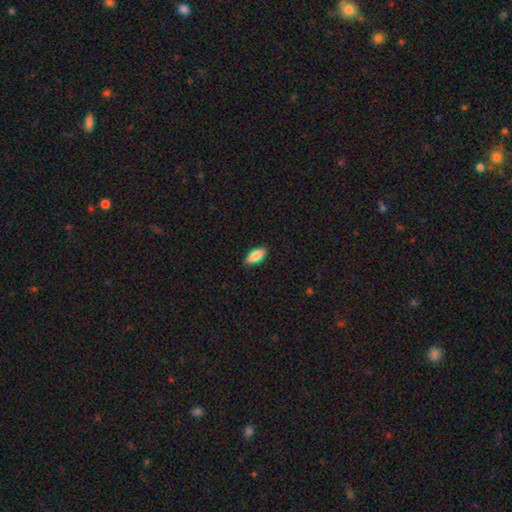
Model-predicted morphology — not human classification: A smooth galaxy with no disk features (82%) that is in between round and cigar-shaped (86%). Merging: none (88%).